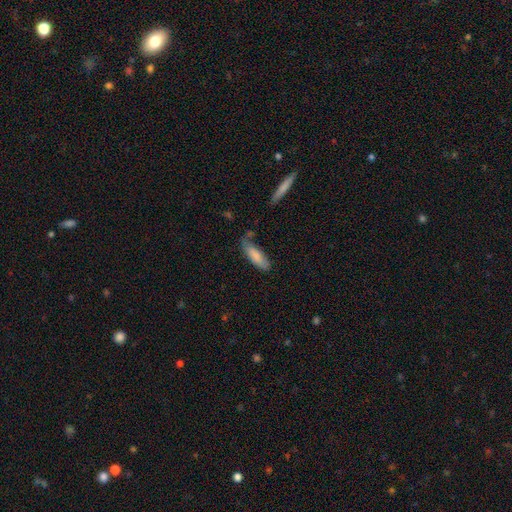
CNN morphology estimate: smooth 81%, featured or disk 13%, star or artifact 6%. Down the decision tree: how rounded — in between (59%); merging — none (55%).